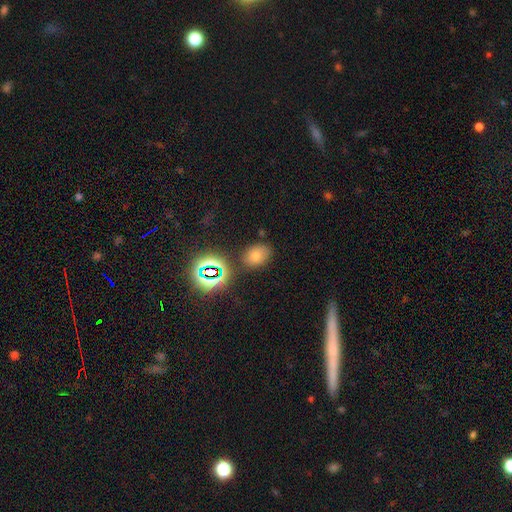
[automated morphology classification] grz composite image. It shows a smooth galaxy with no disk features (63%) that is in between round and cigar-shaped (61%). Merging: none (79%).